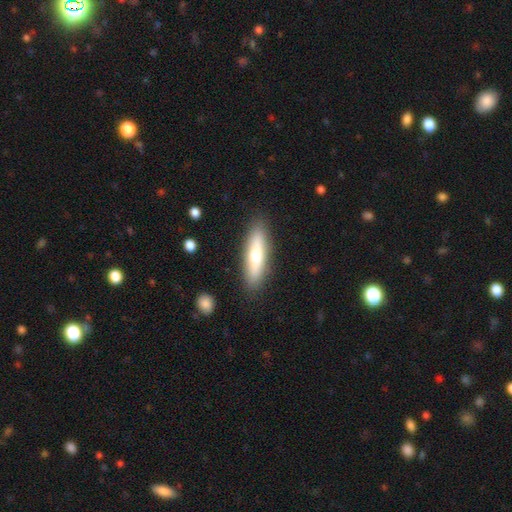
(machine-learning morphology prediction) Smooth or featured? smooth (63%)
How rounded? cigar-shaped (69%)
Merging? none (88%)